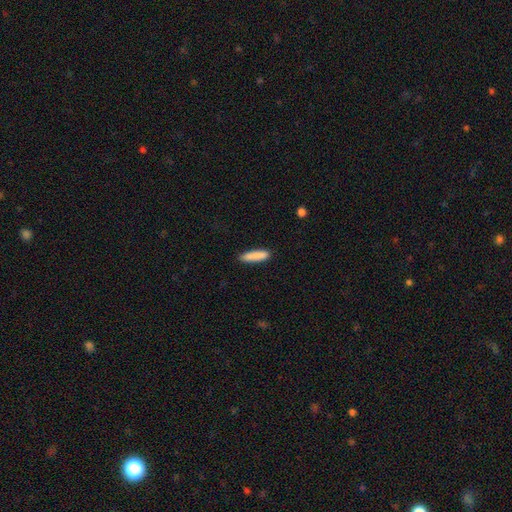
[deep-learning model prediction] Smooth or featured?
  - smooth: 88% *
  - featured or disk: 6%
  - star or artifact: 6%
How rounded?
  - cigar-shaped: 75% *
  - in between: 23%
  - round: 1%
Merging?
  - none: 89% *
  - minor disturbance: 8%
  - major disturbance: 2%
  - merger: 1%